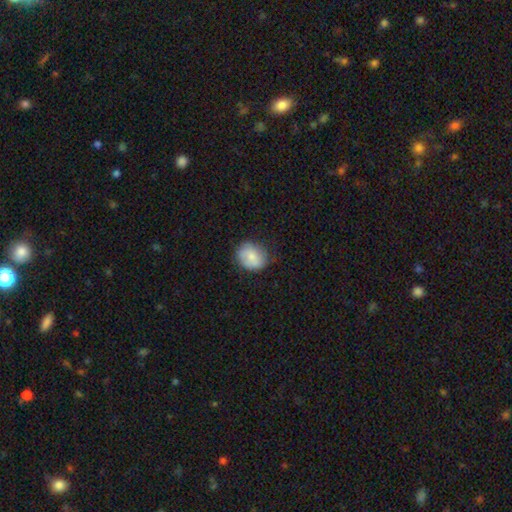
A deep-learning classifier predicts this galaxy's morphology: smooth 75%, featured or disk 17%, star or artifact 8%. Down the decision tree: how rounded — round (51%); merging — none (67%).